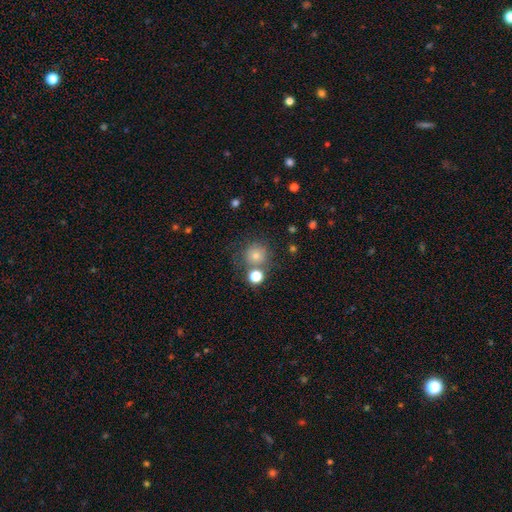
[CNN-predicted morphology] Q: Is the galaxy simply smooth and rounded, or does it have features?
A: smooth — 72%.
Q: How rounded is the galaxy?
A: round — 92%.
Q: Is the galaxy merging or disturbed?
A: none — 68%.